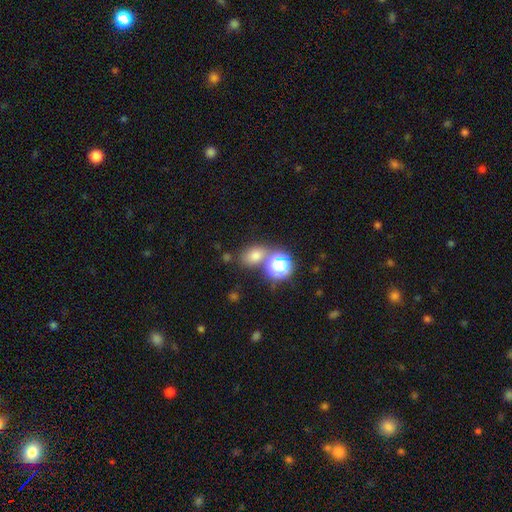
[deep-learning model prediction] The model was most divided on "how rounded": in between: 55%, round: 44%, cigar-shaped: 1%. More confident: smooth or featured — smooth (68%); merging — none (62%).